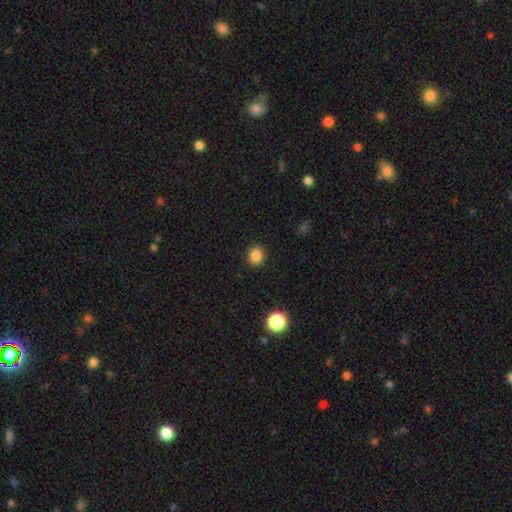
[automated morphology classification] A smooth galaxy with no disk features (85%) that is round (74%). Merging: none (90%).